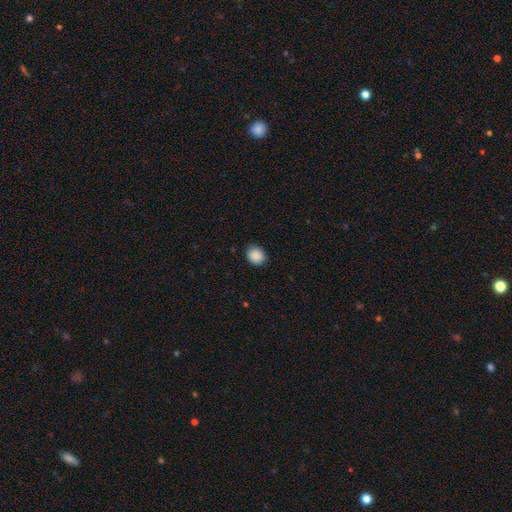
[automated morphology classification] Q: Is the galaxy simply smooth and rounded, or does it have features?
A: smooth — 89%.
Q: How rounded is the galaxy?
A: round — 66%.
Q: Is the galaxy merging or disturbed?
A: none — 83%.